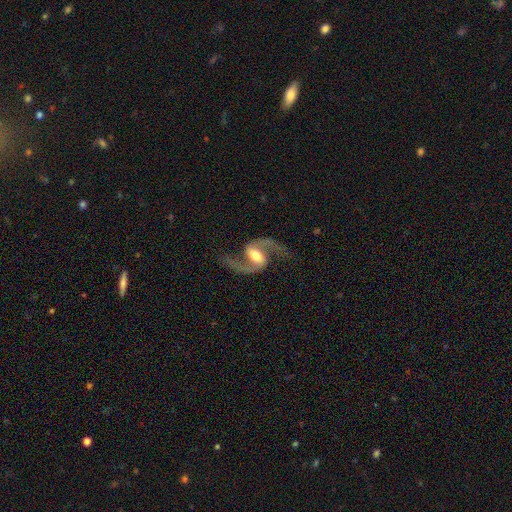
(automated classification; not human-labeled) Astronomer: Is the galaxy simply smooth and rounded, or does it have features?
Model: featured or disk — 93%.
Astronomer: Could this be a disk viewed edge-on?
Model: no — 98%.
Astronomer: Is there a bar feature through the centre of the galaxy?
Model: weak — 45% (runner-up: strong, 33%).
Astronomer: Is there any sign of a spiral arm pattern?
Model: yes — 98%.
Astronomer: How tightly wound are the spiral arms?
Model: loose — 60%.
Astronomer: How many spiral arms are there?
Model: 2 — 95%.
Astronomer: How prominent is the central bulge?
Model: moderate — 63%.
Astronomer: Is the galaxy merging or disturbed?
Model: none — 81%.